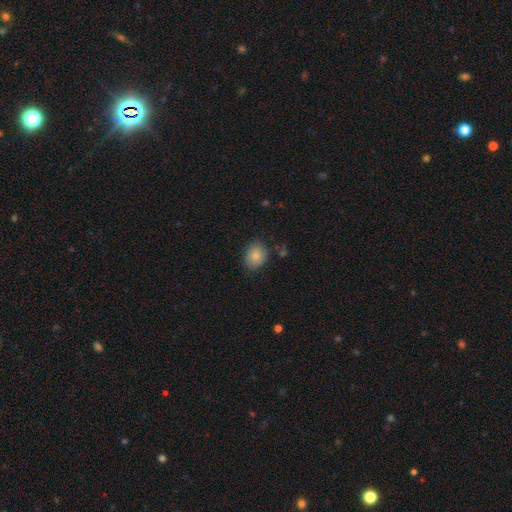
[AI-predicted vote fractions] smooth-or-featured: smooth: 83% | featured or disk: 9% | star or artifact: 8%
  how-rounded: round: 52% | in between: 47% | cigar-shaped: 1%
  merging: none: 79% | minor disturbance: 16% | major disturbance: 3% | merger: 2%